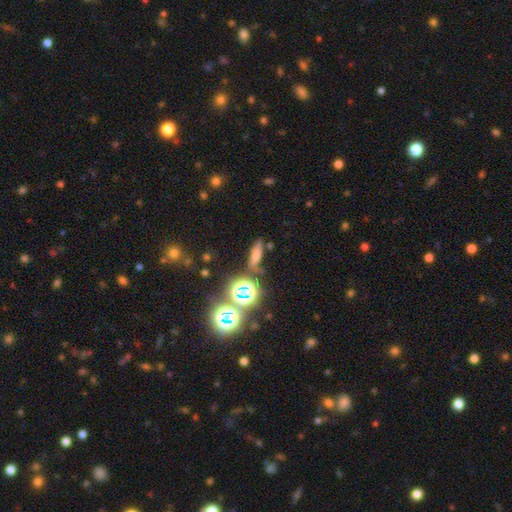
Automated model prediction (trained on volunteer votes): Overall: smooth (57%; star or artifact 27%). How rounded: cigar-shaped (54%; in between 34%). Merging: none (70%).